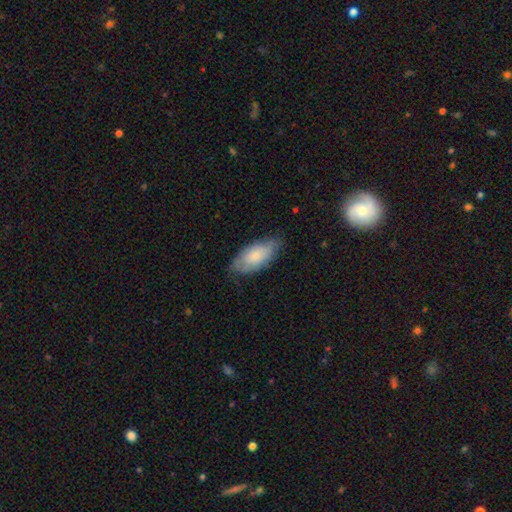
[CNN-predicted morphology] Smooth or featured? smooth (73%)
How rounded? in between (91%)
Merging? none (70%)